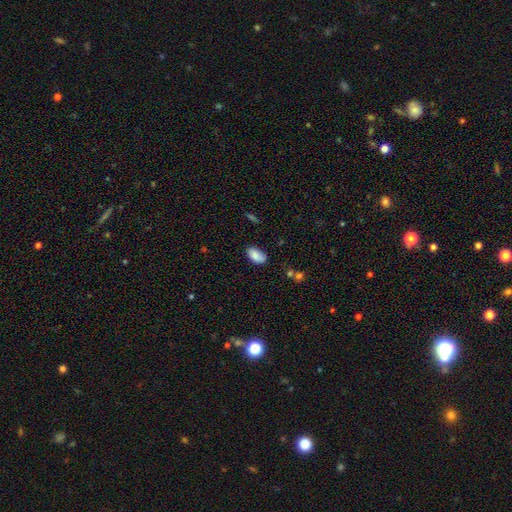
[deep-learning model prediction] Q: Smooth or featured?
A: smooth (81%); runner-up: featured or disk (12%)
Q: How rounded?
A: in between (94%); runner-up: round (4%)
Q: Merging?
A: none (74%); runner-up: minor disturbance (20%)